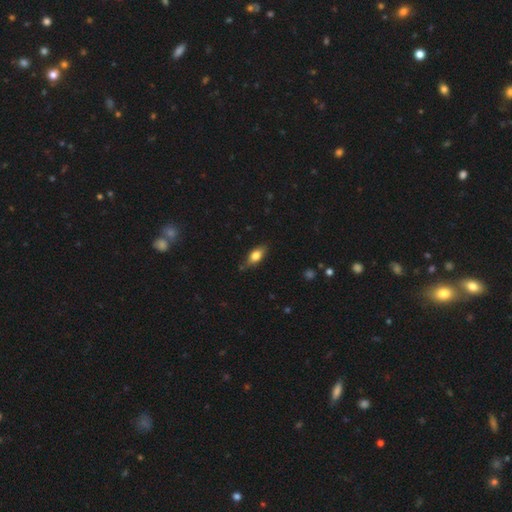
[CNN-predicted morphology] type=smooth (73%); roundness=in between (80%); merging=none (76%).